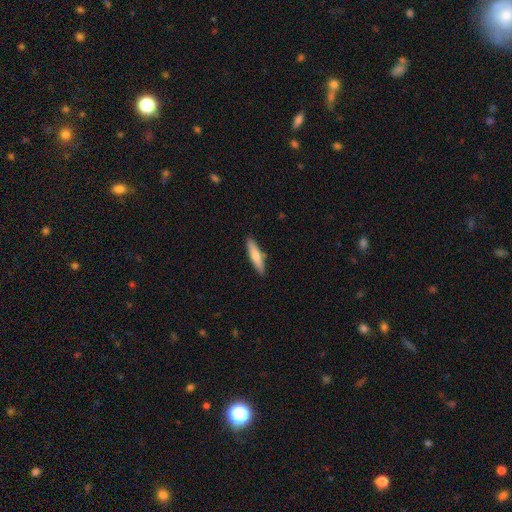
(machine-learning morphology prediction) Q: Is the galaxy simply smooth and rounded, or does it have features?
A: smooth — 67%.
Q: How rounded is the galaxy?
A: cigar-shaped — 80%.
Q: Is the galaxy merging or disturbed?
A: none — 88%.